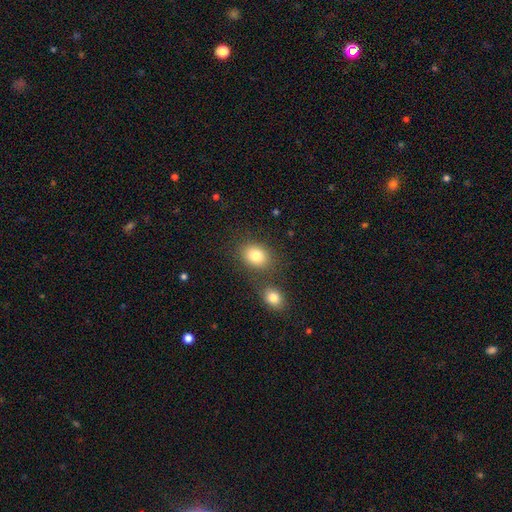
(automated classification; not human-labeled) This appears to be a smooth galaxy with no disk features (82%) that is in between round and cigar-shaped (57%). Merging: none (68%).